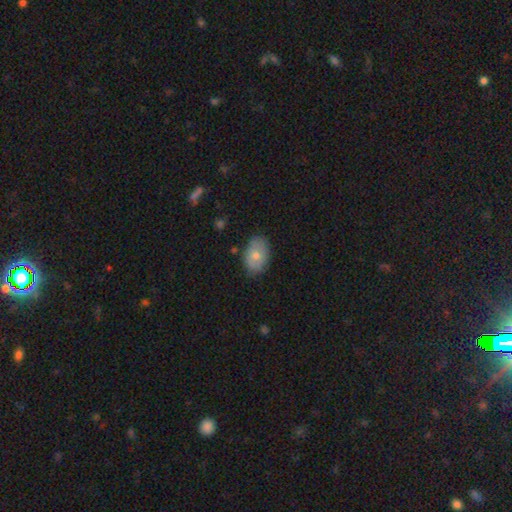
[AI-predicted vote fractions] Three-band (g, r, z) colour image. It shows a smooth galaxy with no disk features (72%) that is in between round and cigar-shaped (85%). Merging: none (82%).